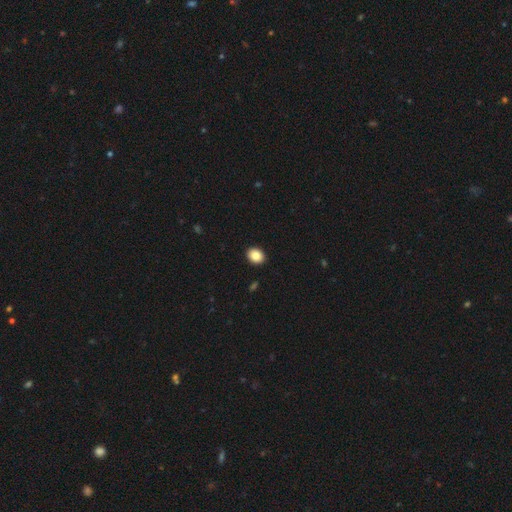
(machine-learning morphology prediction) Smooth or featured?
  - smooth: 86% *
  - star or artifact: 8%
  - featured or disk: 5%
How rounded?
  - in between: 52% *
  - round: 47%
  - cigar-shaped: 1%
Merging?
  - none: 92% *
  - minor disturbance: 5%
  - major disturbance: 1%
  - merger: 1%